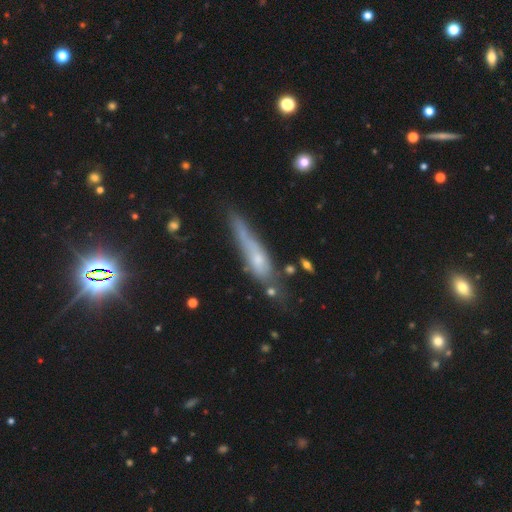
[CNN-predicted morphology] Smooth or featured?
  - smooth: 43% *
  - featured or disk: 41%
  - star or artifact: 16%
Merging?
  - none: 42% *
  - minor disturbance: 29%
  - major disturbance: 18%
  - merger: 10%